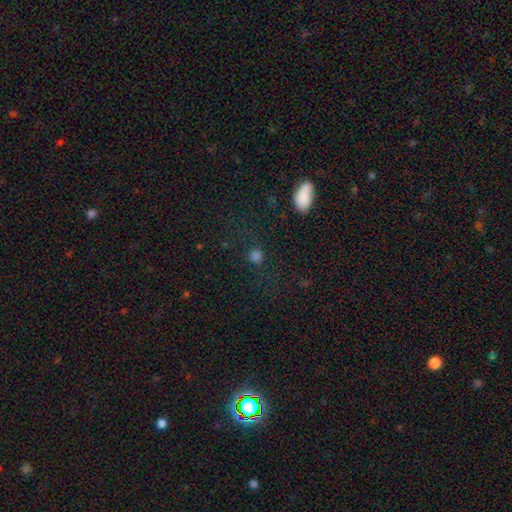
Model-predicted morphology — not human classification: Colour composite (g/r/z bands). It shows a smooth galaxy with no disk features (73%) that is round (82%). Merging: none (79%).